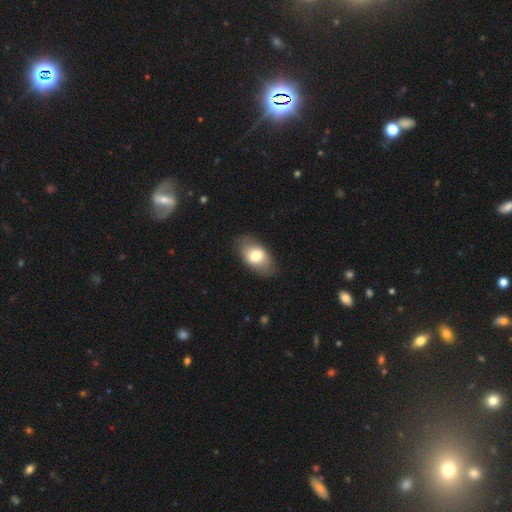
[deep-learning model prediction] Overall: smooth (71%). How rounded: in between (91%). Merging: none (82%).